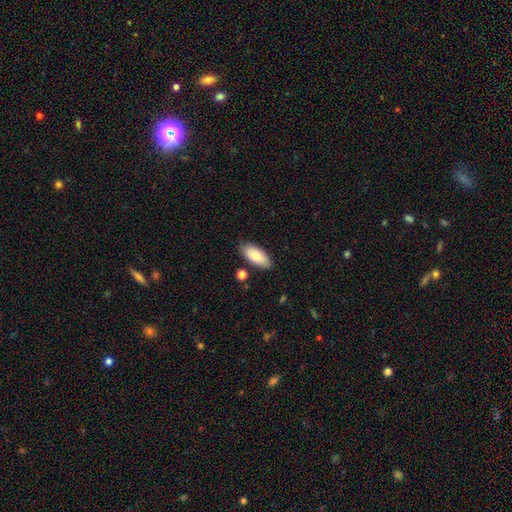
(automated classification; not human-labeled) Smooth or featured?
  - smooth: 83% *
  - featured or disk: 11%
  - star or artifact: 6%
How rounded?
  - in between: 89% *
  - cigar-shaped: 9%
  - round: 2%
Merging?
  - none: 84% *
  - minor disturbance: 11%
  - merger: 3%
  - major disturbance: 2%